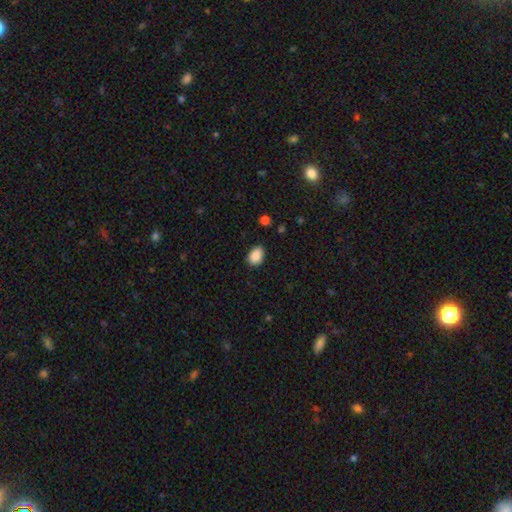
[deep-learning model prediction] Smooth or featured? Predicted: smooth (p=0.89). How rounded? Predicted: in between (p=0.81). Merging? Predicted: none (p=0.80).